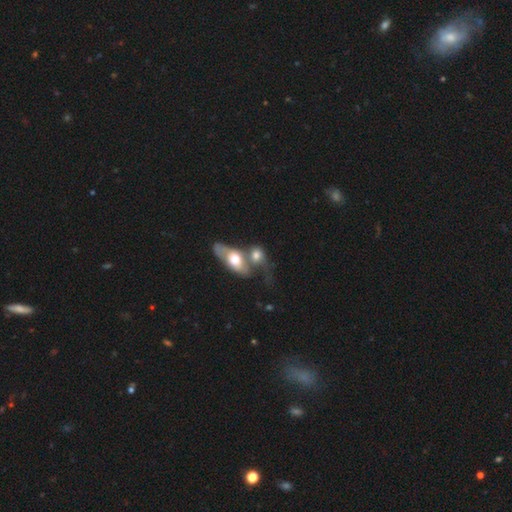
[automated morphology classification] Smooth or featured?
  - featured or disk: 48% *
  - smooth: 44%
  - star or artifact: 8%
Merging?
  - merger: 62% *
  - none: 19%
  - major disturbance: 10%
  - minor disturbance: 9%